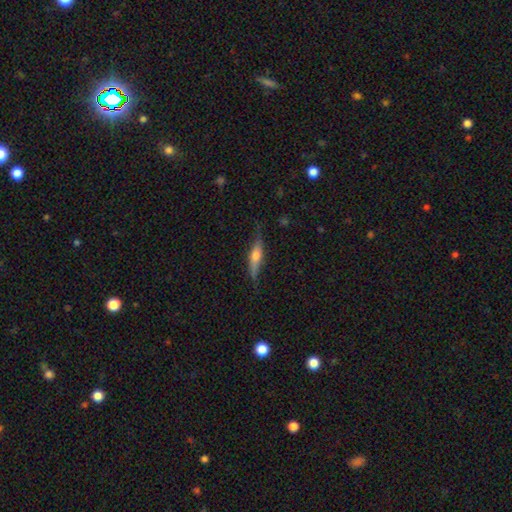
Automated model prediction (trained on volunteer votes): Smooth or featured? featured or disk (53%)
Edge-on disk? yes (91%)
Merging? none (73%)